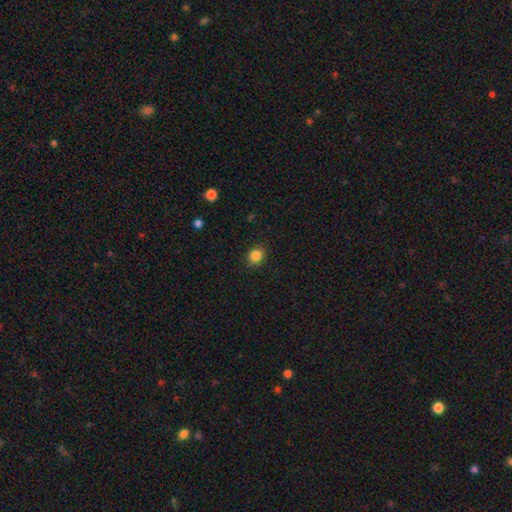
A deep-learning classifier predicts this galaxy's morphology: smooth-or-featured: smooth: 84% | star or artifact: 11% | featured or disk: 5%
  how-rounded: round: 68% | in between: 31% | cigar-shaped: 1%
  merging: none: 87% | minor disturbance: 9% | major disturbance: 2% | merger: 1%